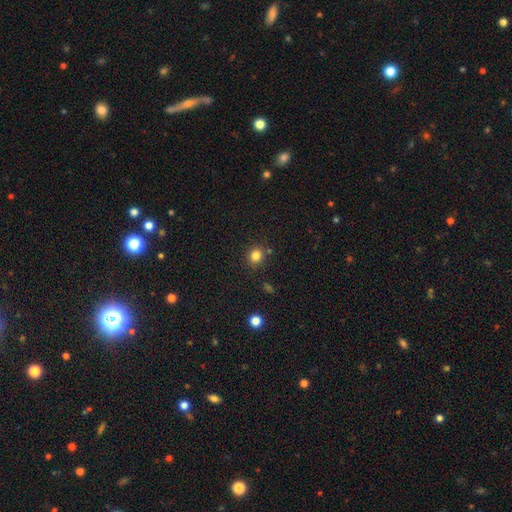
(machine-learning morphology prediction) A smooth galaxy with no disk features (82%) that is round (81%). Merging: none (84%).